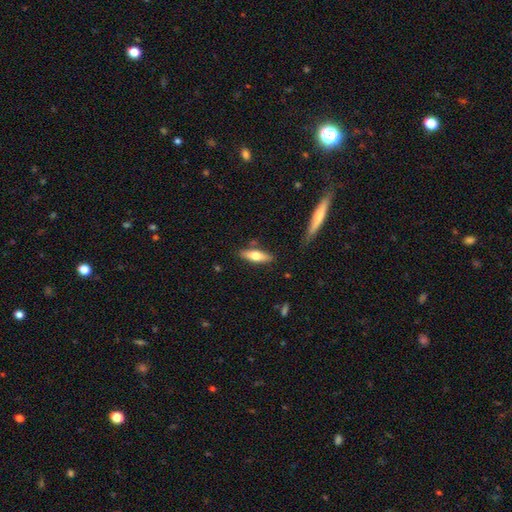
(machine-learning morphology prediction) Smooth or featured? smooth (60%)
How rounded? cigar-shaped (53%)
Merging? none (82%)